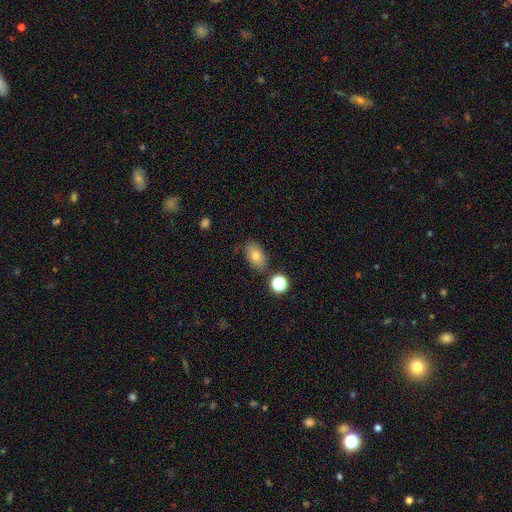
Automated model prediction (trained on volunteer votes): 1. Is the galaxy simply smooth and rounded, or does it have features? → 77% smooth, 12% featured or disk, 10% star or artifact.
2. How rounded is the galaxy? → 88% in between, 11% round, 2% cigar-shaped.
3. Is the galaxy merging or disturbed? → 78% none, 14% minor disturbance, 4% merger, 3% major disturbance.